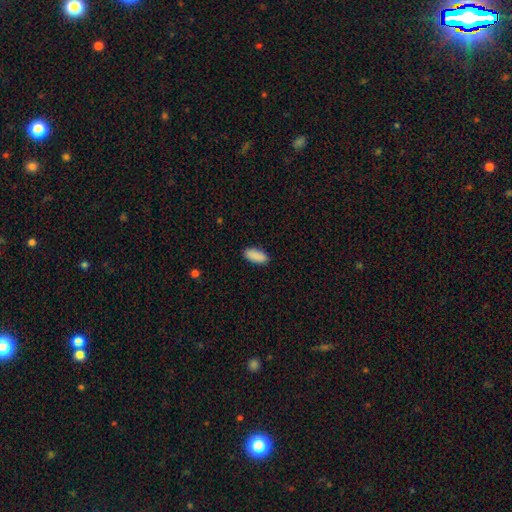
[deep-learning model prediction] Smooth or featured?
  - smooth: 90% *
  - star or artifact: 7%
  - featured or disk: 3%
How rounded?
  - in between: 86% *
  - cigar-shaped: 12%
  - round: 2%
Merging?
  - none: 89% *
  - minor disturbance: 8%
  - major disturbance: 2%
  - merger: 1%